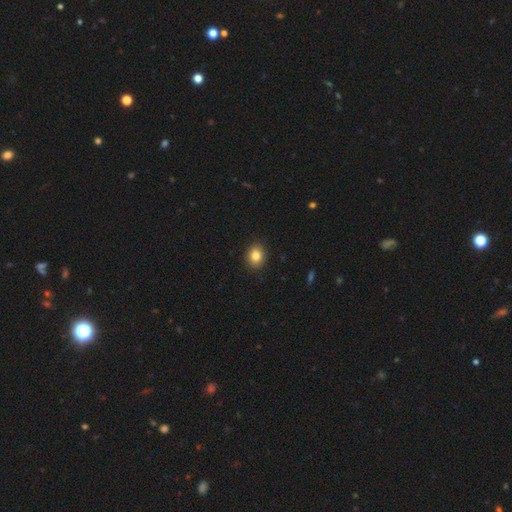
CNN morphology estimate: A smooth galaxy with no disk features (84%) that is round (62%).

Vote fractions:
- Smooth or featured? smooth: 84% / star or artifact: 10% / featured or disk: 6%
- How rounded? round: 62% / in between: 37% / cigar-shaped: 1%
- Merging? none: 91% / minor disturbance: 7% / major disturbance: 2% / merger: 1%